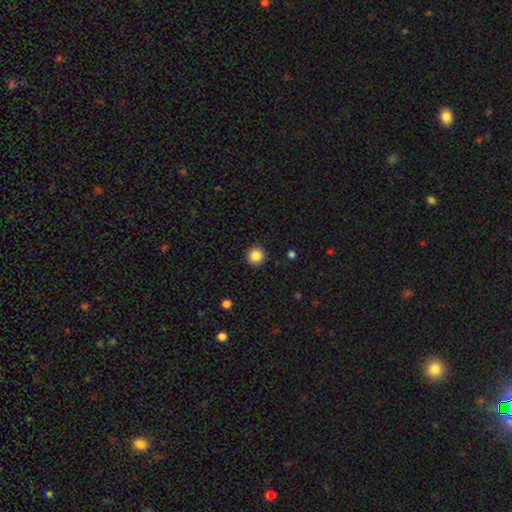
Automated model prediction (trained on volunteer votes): smooth_or_featured: smooth (p=0.87) [alt: star or artifact p=0.10]
how_rounded: round (p=0.96) [alt: in between p=0.03]
merging: none (p=0.92) [alt: minor disturbance p=0.05]